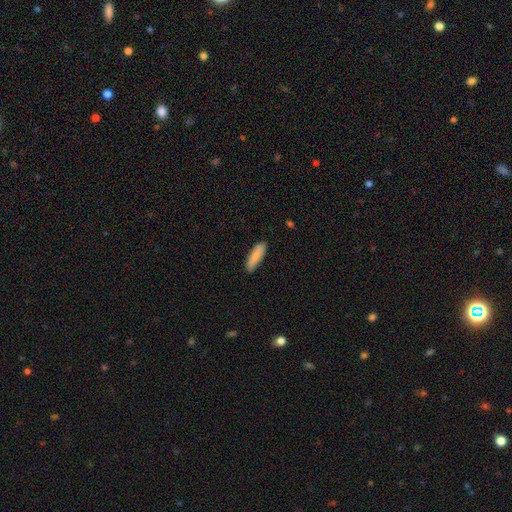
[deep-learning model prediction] This is clearly a smooth galaxy (87%). How rounded: likely cigar-shaped (65%). Merging: clearly none (87%).